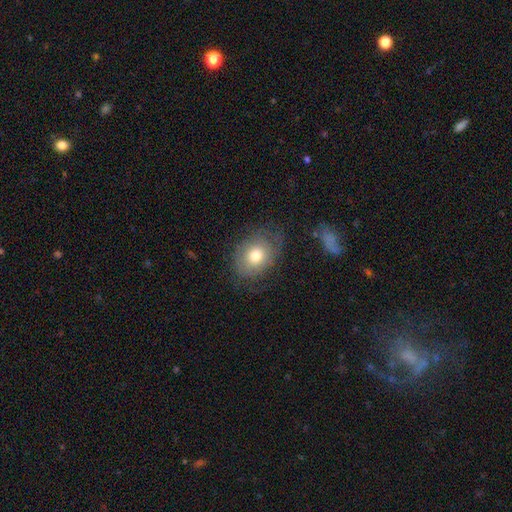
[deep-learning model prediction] Smooth or featured?
  - smooth: 67% *
  - featured or disk: 24%
  - star or artifact: 9%
How rounded?
  - in between: 58% *
  - round: 41%
  - cigar-shaped: 1%
Merging?
  - none: 63% *
  - minor disturbance: 23%
  - major disturbance: 13%
  - merger: 2%